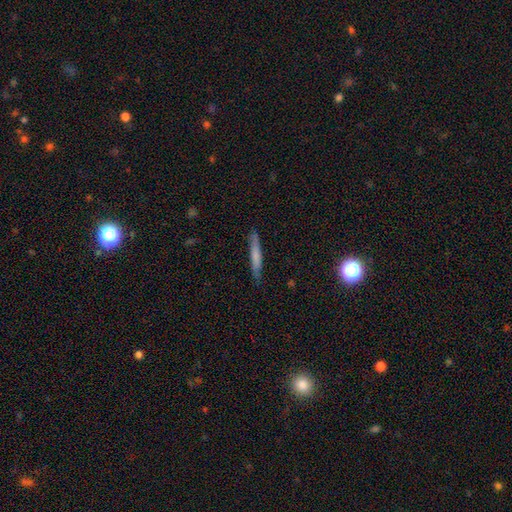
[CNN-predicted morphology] A smooth galaxy with no disk features (66%) that is cigar-shaped (94%). Merging: none (85%).